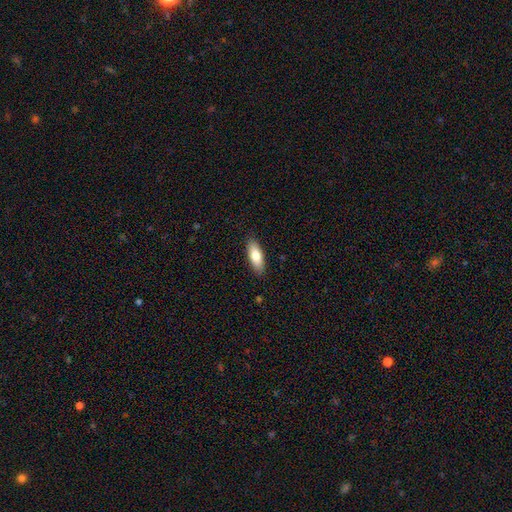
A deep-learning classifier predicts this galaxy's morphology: A smooth galaxy with no disk features (79%) that is in between round and cigar-shaped (71%). Merging: none (88%).